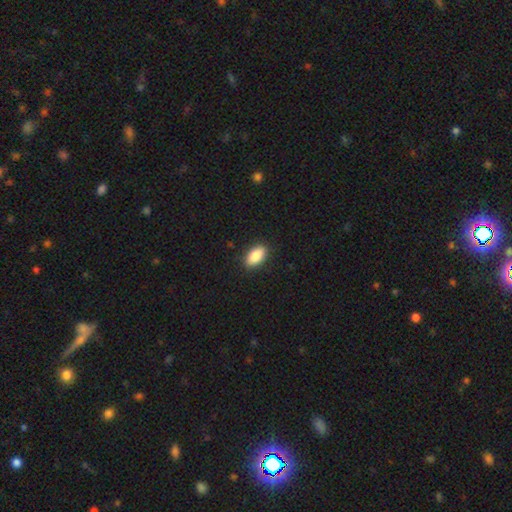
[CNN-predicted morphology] smooth 86%, star or artifact 7%, featured or disk 7%. Down the decision tree: how rounded — in between (91%); merging — none (89%).